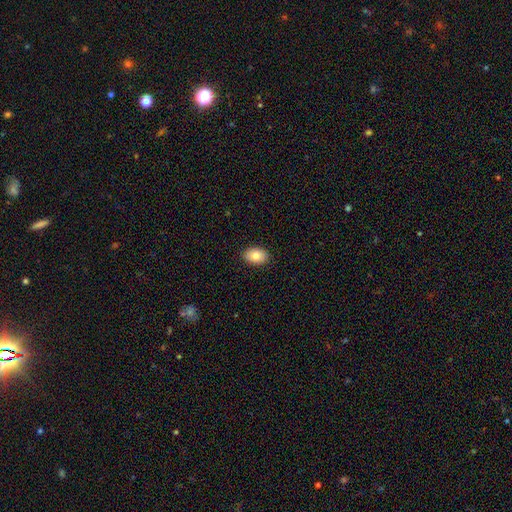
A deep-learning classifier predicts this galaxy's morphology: The model was most divided on "smooth or featured": smooth: 81%, featured or disk: 11%, star or artifact: 8%. More confident: merging — none (89%); how rounded — in between (85%).